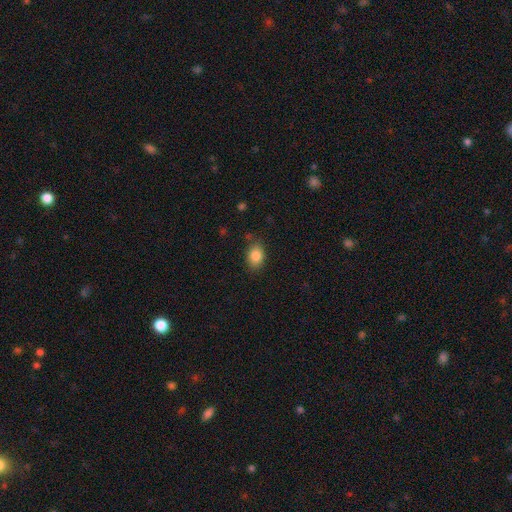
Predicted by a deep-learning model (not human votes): This is clearly a smooth galaxy (86%). How rounded: likely in between (76%). Merging: clearly none (80%).